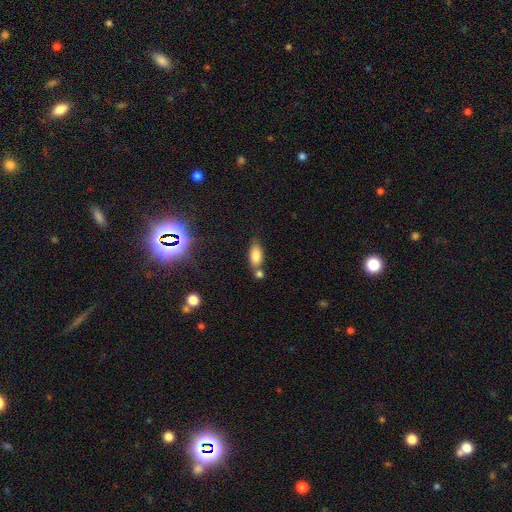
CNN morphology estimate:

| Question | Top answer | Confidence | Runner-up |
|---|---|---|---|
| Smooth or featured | smooth | 81% | featured or disk (10%) |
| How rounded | in between | 86% | cigar-shaped (9%) |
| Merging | none | 54% | merger (28%) |